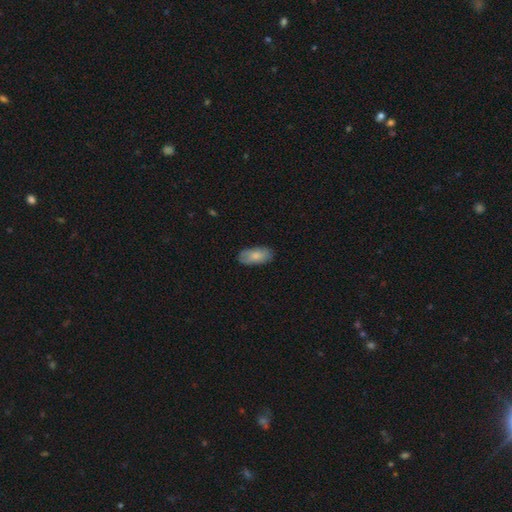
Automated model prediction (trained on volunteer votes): smooth-or-featured: smooth: 79% | featured or disk: 16% | star or artifact: 6%
  how-rounded: in between: 92% | cigar-shaped: 6% | round: 3%
  merging: none: 82% | minor disturbance: 15% | major disturbance: 3% | merger: 1%